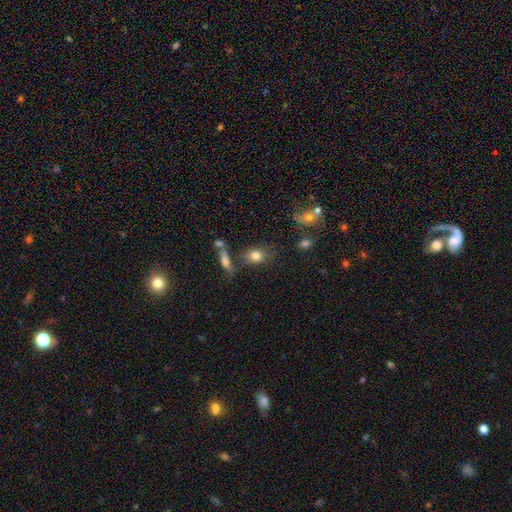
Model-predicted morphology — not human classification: This is likely a smooth galaxy (80%). How rounded: likely in between (62%). Merging: likely none (65%).